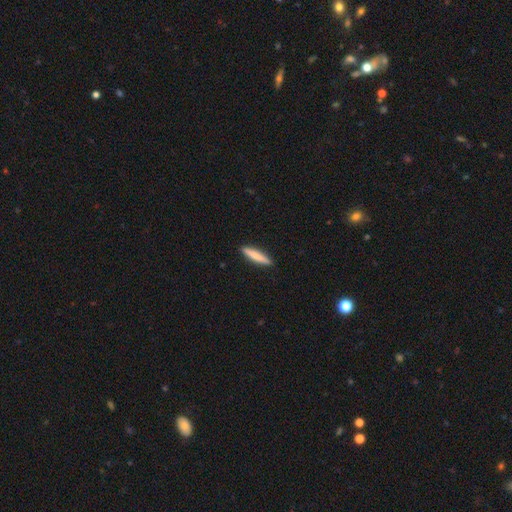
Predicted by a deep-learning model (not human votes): A smooth galaxy with no disk features (78%) that is cigar-shaped (89%).

Vote fractions:
- Smooth or featured? smooth: 78% / featured or disk: 17% / star or artifact: 5%
- How rounded? cigar-shaped: 89% / in between: 10% / round: 1%
- Merging? none: 91% / minor disturbance: 7% / major disturbance: 1% / merger: 1%